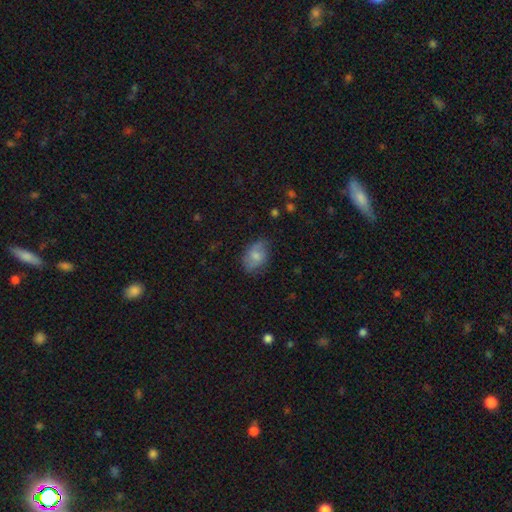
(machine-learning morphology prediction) smooth-or-featured: smooth: 65% | featured or disk: 27% | star or artifact: 8%
  how-rounded: in between: 84% | round: 14% | cigar-shaped: 1%
  merging: none: 66% | minor disturbance: 25% | major disturbance: 7% | merger: 1%